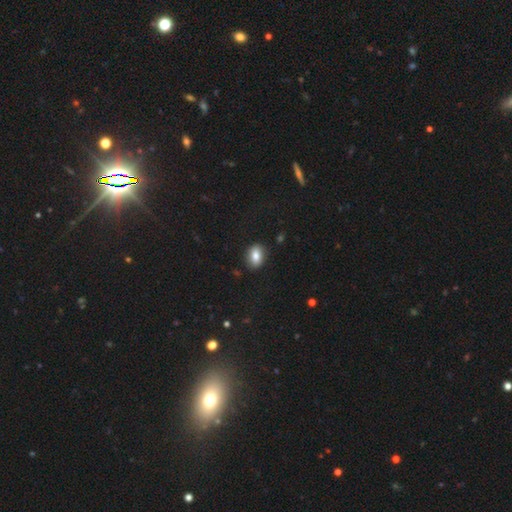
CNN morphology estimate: Smooth or featured? Predicted: smooth (p=0.79). How rounded? Predicted: in between (p=0.77). Merging? Predicted: none (p=0.86).